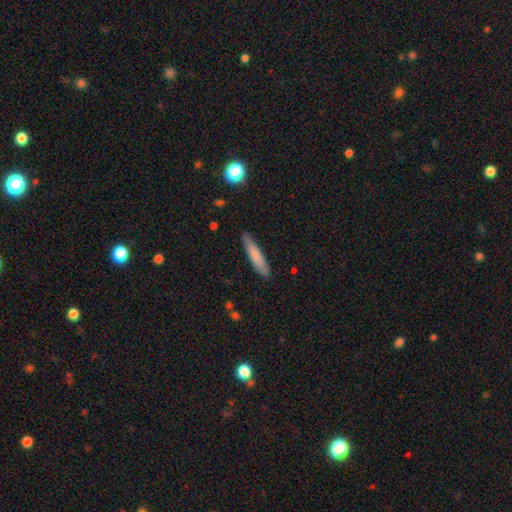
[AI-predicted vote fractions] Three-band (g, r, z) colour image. It shows a smooth galaxy with no disk features (76%) that is cigar-shaped (90%). Merging: none (88%).